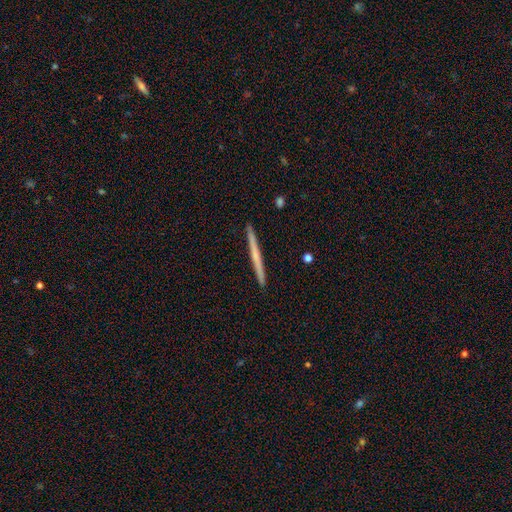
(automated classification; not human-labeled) Smooth or featured?
  - featured or disk: 49% *
  - smooth: 45%
  - star or artifact: 5%
Merging?
  - none: 93% *
  - minor disturbance: 5%
  - major disturbance: 1%
  - merger: 1%